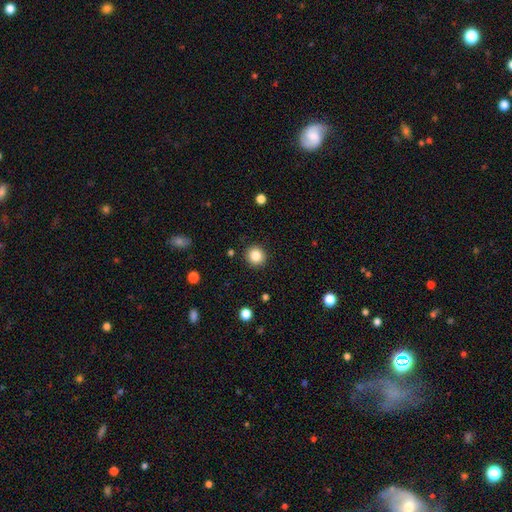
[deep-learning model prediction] Smooth or featured? smooth (85%)
How rounded? round (92%)
Merging? none (91%)